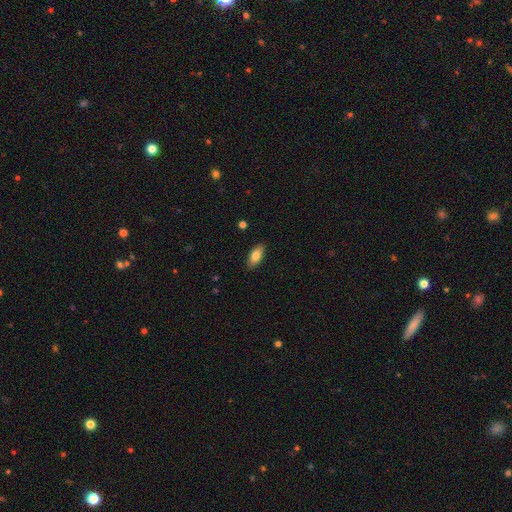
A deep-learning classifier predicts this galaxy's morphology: Q: Smooth or featured?
A: smooth (80%); runner-up: featured or disk (14%)
Q: How rounded?
A: in between (86%); runner-up: cigar-shaped (11%)
Q: Merging?
A: none (88%); runner-up: minor disturbance (9%)